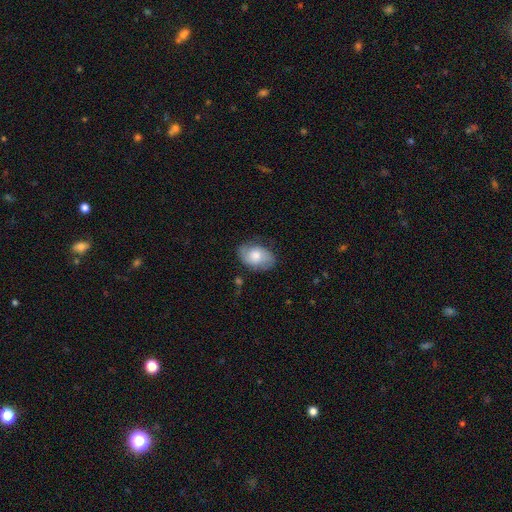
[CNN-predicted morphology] smooth-or-featured: smooth: 61% | featured or disk: 32% | star or artifact: 7%
  how-rounded: in between: 85% | round: 14% | cigar-shaped: 1%
  merging: none: 71% | minor disturbance: 22% | major disturbance: 6% | merger: 2%